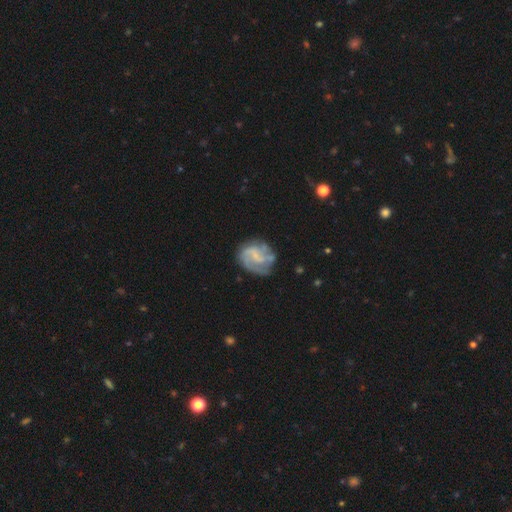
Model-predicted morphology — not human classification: Smooth or featured: featured or disk — 68% (smooth — 24%)
Edge-on disk: no — 98% (yes — 2%)
Bar: weak — 43% (no — 41%)
Spiral arms: yes — 78% (no — 22%)
Spiral winding: medium — 40% (loose — 33%)
Spiral arm count: 2 — 42% (can't tell — 28%)
Bulge size: none — 49% (small — 33%)
Merging: none — 61% (minor disturbance — 22%)